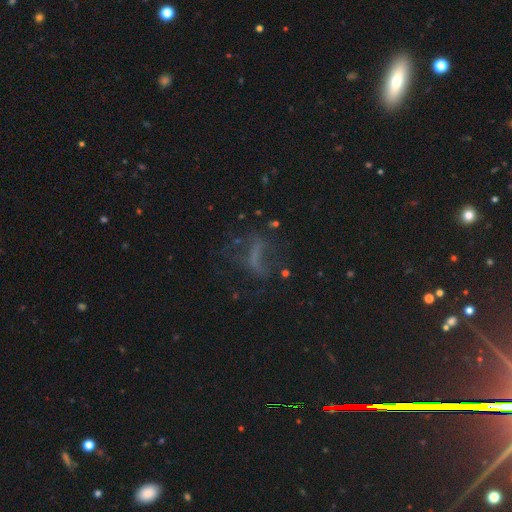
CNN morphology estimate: This appears to be a featured or disk galaxy (46%). Merging: none (45%).